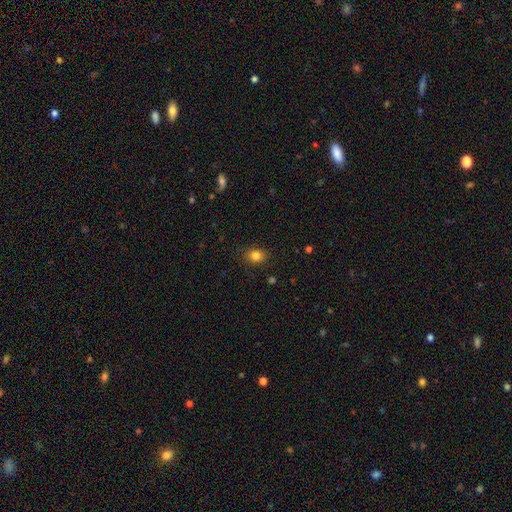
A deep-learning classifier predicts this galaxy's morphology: smooth-or-featured: smooth: 82% | star or artifact: 12% | featured or disk: 6%
  how-rounded: round: 54% | in between: 45% | cigar-shaped: 1%
  merging: none: 86% | minor disturbance: 10% | major disturbance: 3% | merger: 1%